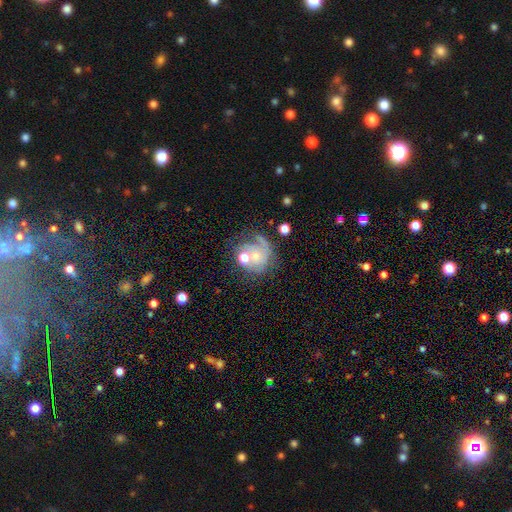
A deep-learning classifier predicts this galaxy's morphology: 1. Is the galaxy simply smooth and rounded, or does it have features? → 50% featured or disk, 37% smooth, 13% star or artifact.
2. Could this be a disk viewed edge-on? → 98% no, 2% yes.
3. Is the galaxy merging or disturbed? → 39% none, 26% major disturbance, 19% minor disturbance, 16% merger.